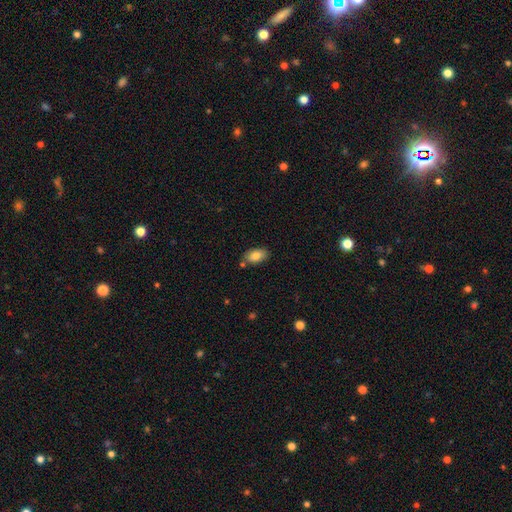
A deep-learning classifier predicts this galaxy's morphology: A smooth galaxy with no disk features (82%) that is in between round and cigar-shaped (91%). Merging: none (78%).